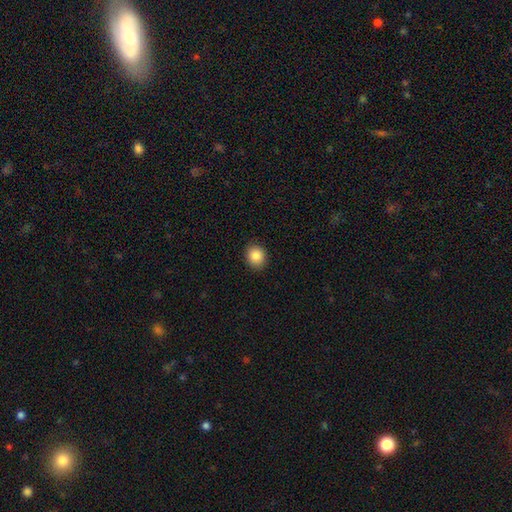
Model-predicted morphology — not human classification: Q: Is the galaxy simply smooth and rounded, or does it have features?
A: smooth — 86%.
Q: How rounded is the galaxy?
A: round — 70%.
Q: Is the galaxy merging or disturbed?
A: none — 90%.